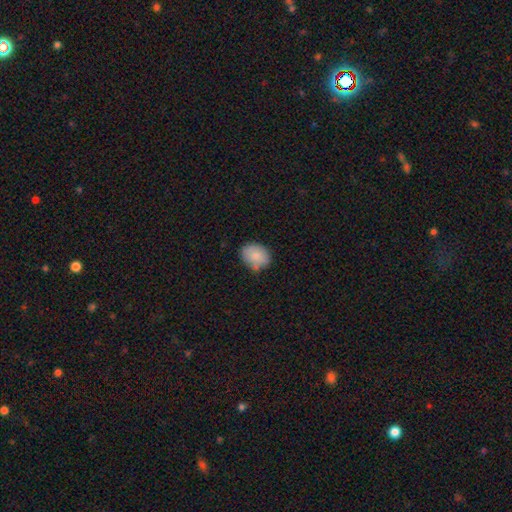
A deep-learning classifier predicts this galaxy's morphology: Smooth or featured: smooth — 83% (featured or disk — 9%)
How rounded: in between — 61% (round — 38%)
Merging: none — 69% (minor disturbance — 22%)